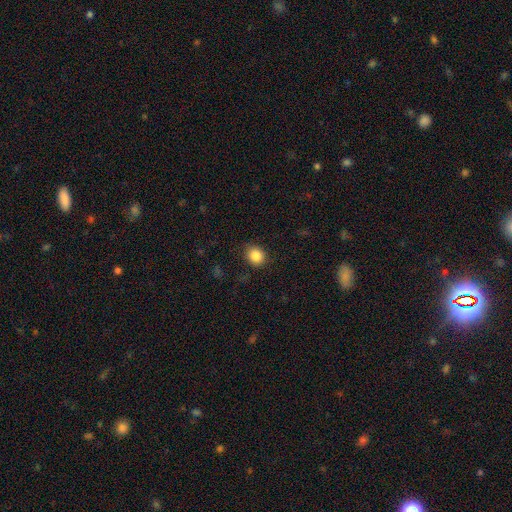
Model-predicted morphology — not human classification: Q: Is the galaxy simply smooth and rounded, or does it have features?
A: smooth — 85%.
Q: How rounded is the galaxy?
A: round — 72%.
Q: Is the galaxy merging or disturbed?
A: none — 84%.